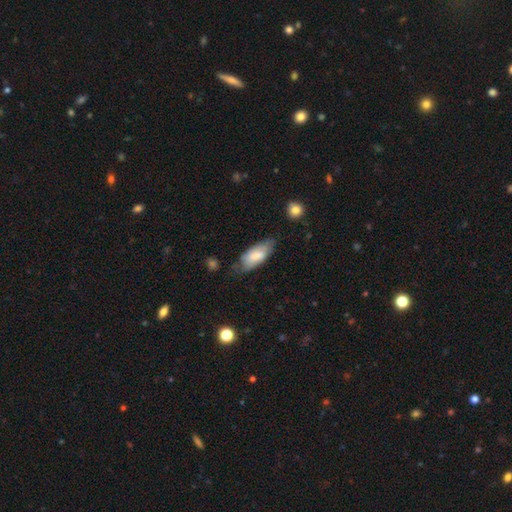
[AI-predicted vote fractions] Overall: smooth (71%). How rounded: in between (83%). Merging: none (57%; minor disturbance 31%).